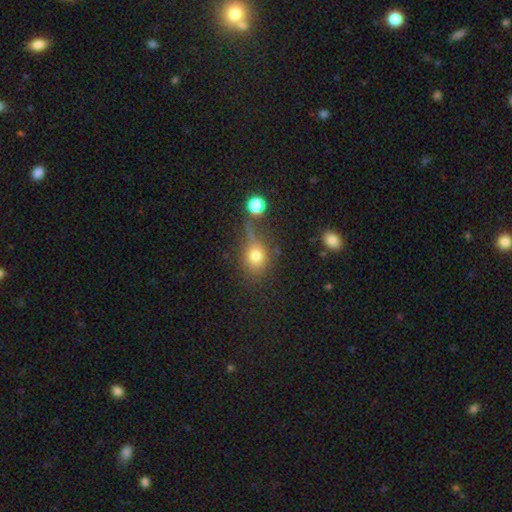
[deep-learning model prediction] This appears to be a smooth galaxy with no disk features (71%) that is round (64%). Merging: none (52%).